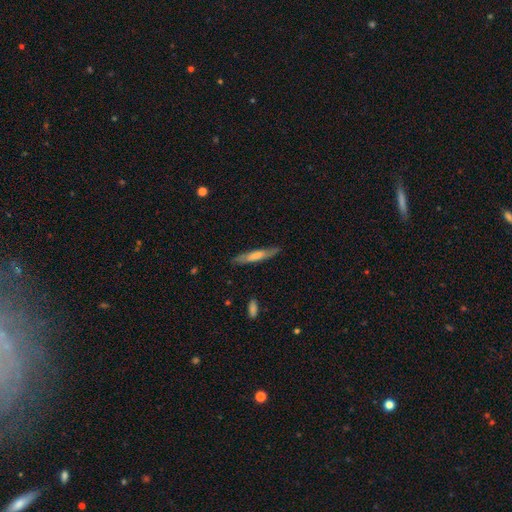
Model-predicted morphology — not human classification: Q: Smooth or featured?
A: smooth (57%); runner-up: featured or disk (37%)
Q: How rounded?
A: cigar-shaped (87%); runner-up: in between (12%)
Q: Merging?
A: none (79%); runner-up: minor disturbance (16%)